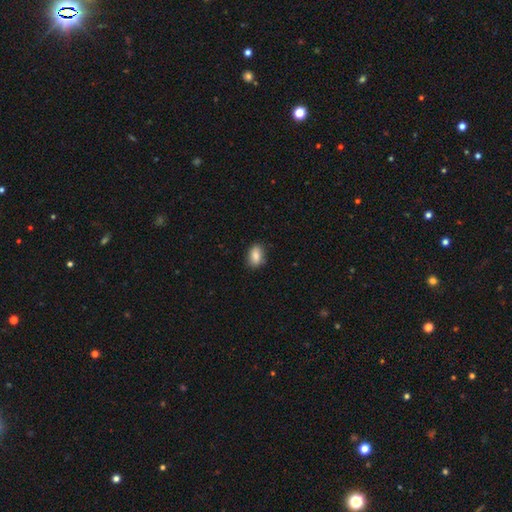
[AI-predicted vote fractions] smooth_or_featured: smooth (p=0.84) [alt: featured or disk p=0.09]
how_rounded: in between (p=0.86) [alt: round p=0.12]
merging: none (p=0.83) [alt: minor disturbance p=0.14]